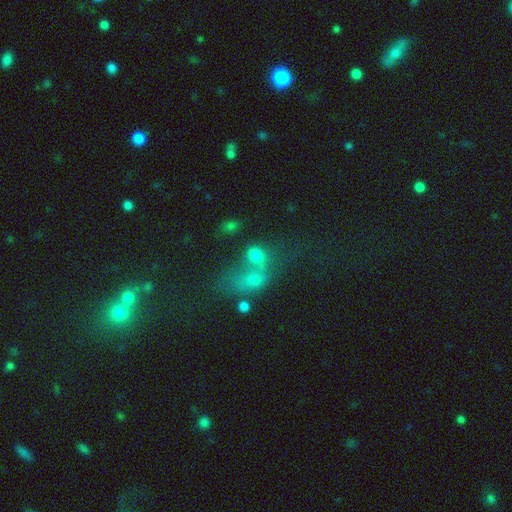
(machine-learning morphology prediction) Q: Smooth or featured?
A: smooth (65%); runner-up: featured or disk (18%)
Q: How rounded?
A: in between (62%); runner-up: round (36%)
Q: Merging?
A: merger (53%); runner-up: none (23%)